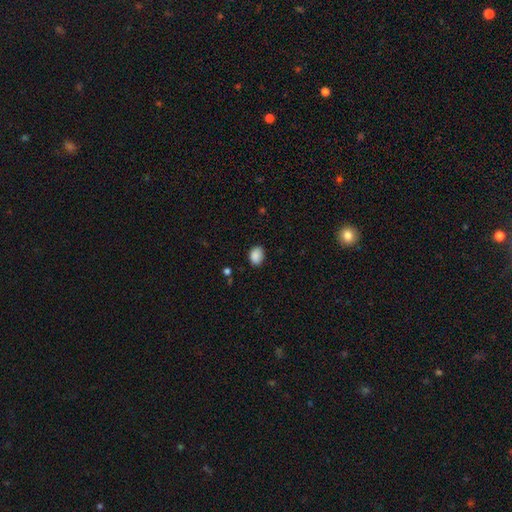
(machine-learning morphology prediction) Q: Smooth or featured?
A: smooth (88%); runner-up: star or artifact (8%)
Q: How rounded?
A: in between (69%); runner-up: round (30%)
Q: Merging?
A: none (85%); runner-up: minor disturbance (12%)